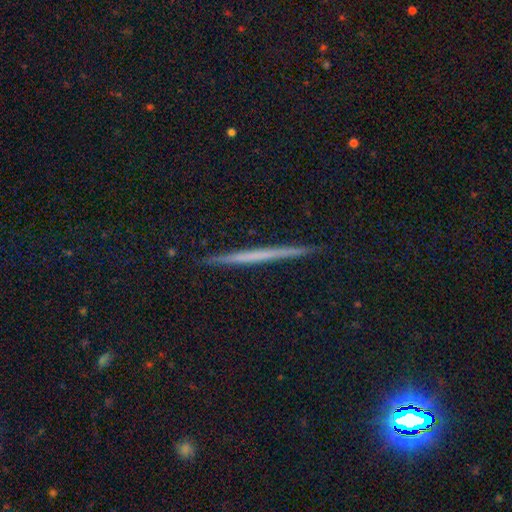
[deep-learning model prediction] A featured or disk galaxy (51%) viewed edge-on (98%).

Vote fractions:
- Smooth or featured? featured or disk: 51% / smooth: 40% / star or artifact: 10%
- Edge-on disk? yes: 98% / no: 2%
- Merging? none: 92% / minor disturbance: 6% / major disturbance: 1% / merger: 1%